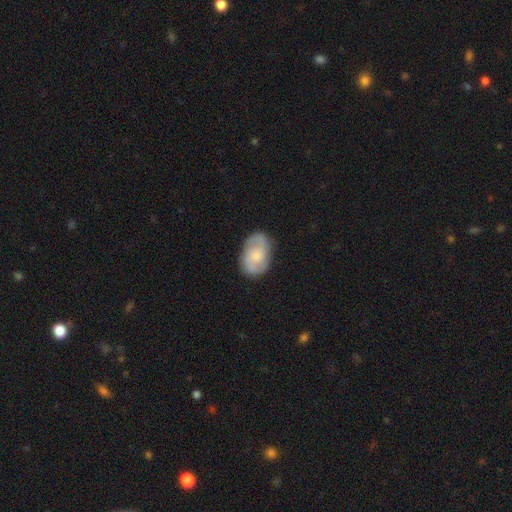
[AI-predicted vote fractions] This is likely a featured or disk galaxy (62%). It is clearly not viewed edge-on (97%). Bar: likely no (64%). Spiral arm pattern: clearly yes (90%). Spiral arm count: likely 2 (80%). Spiral winding: possibly medium (49%). Central bulge: marginally moderate (40%). Merging: clearly none (80%).